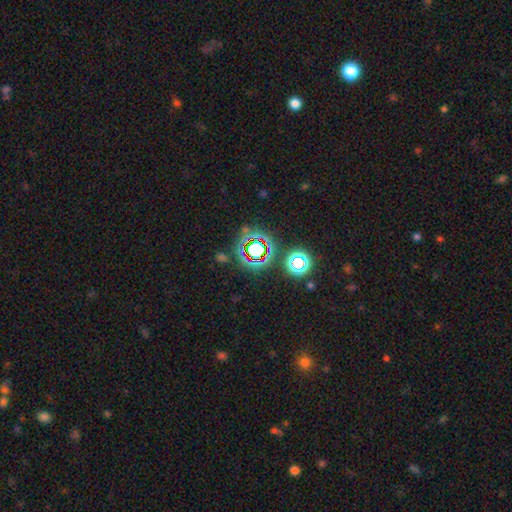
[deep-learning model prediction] smooth-or-featured: star or artifact: 71% | smooth: 18% | featured or disk: 11%